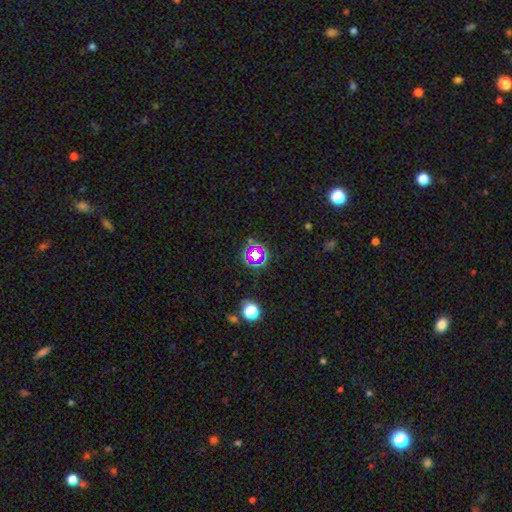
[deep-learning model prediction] This appears to be a star or artifact, not a galaxy (60%).